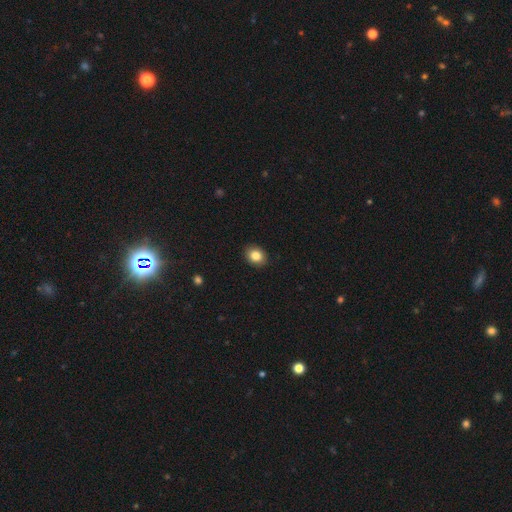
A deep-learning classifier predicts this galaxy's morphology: This appears to be a smooth galaxy with no disk features (84%) that is round (50%). Merging: none (90%).